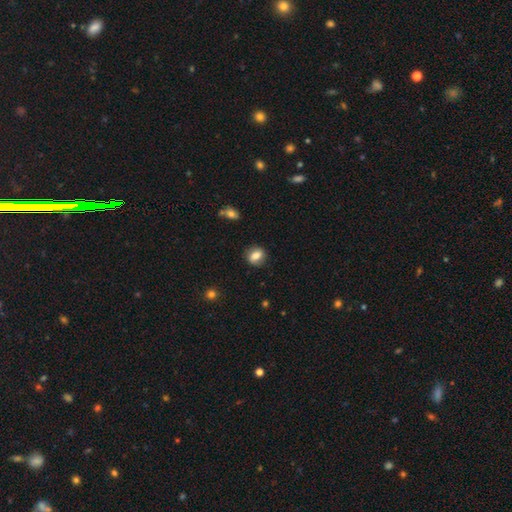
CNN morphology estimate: Overall: smooth (76%). How rounded: round (56%; in between 42%). Merging: none (85%).